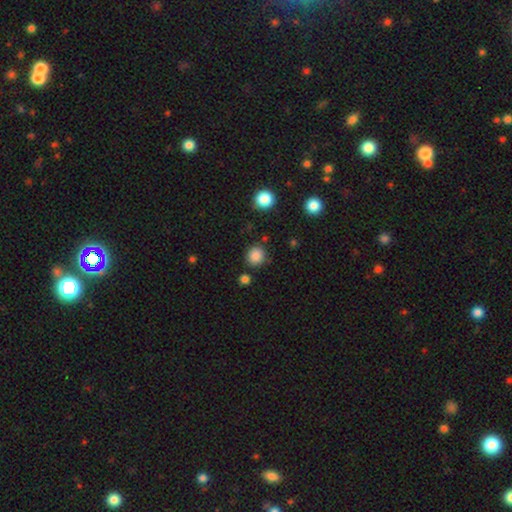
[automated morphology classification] This is clearly a smooth galaxy (86%). How rounded: clearly round (88%). Merging: clearly none (85%).